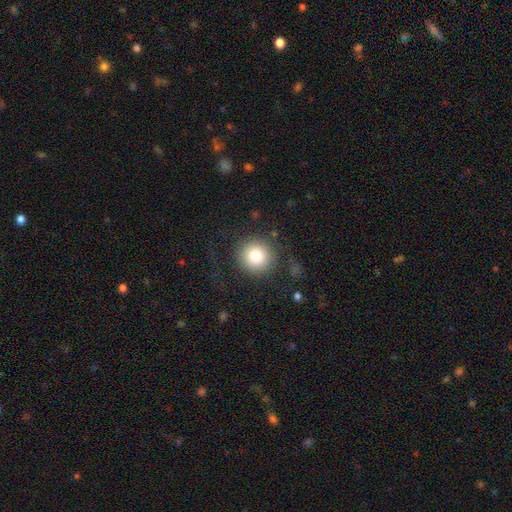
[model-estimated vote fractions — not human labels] Q: Smooth or featured?
A: smooth (82%); runner-up: star or artifact (9%)
Q: How rounded?
A: round (94%); runner-up: in between (5%)
Q: Merging?
A: none (82%); runner-up: minor disturbance (9%)